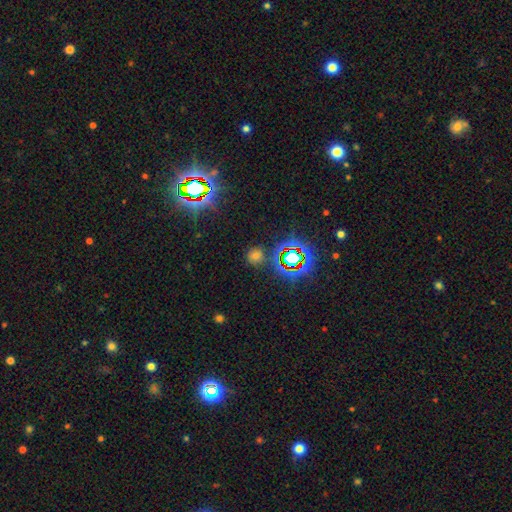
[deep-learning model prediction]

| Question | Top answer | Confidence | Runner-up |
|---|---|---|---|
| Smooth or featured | smooth | 55% | star or artifact (37%) |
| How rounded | round | 89% | in between (10%) |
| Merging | none | 84% | minor disturbance (9%) |